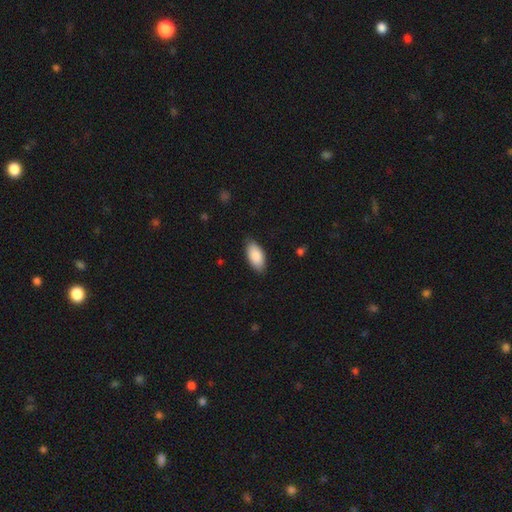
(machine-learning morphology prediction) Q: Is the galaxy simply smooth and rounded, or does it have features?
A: smooth — 88%.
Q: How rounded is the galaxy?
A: in between — 93%.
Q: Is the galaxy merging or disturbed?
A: none — 84%.